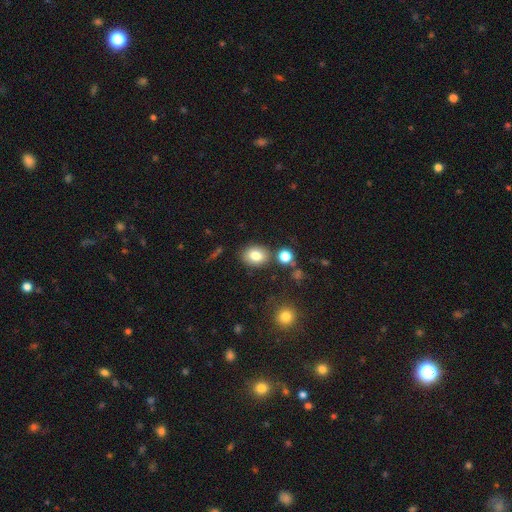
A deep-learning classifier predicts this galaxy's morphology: Smooth or featured?
  - smooth: 80% *
  - star or artifact: 10%
  - featured or disk: 10%
How rounded?
  - in between: 56% *
  - round: 43%
  - cigar-shaped: 1%
Merging?
  - none: 79% *
  - minor disturbance: 10%
  - merger: 8%
  - major disturbance: 3%